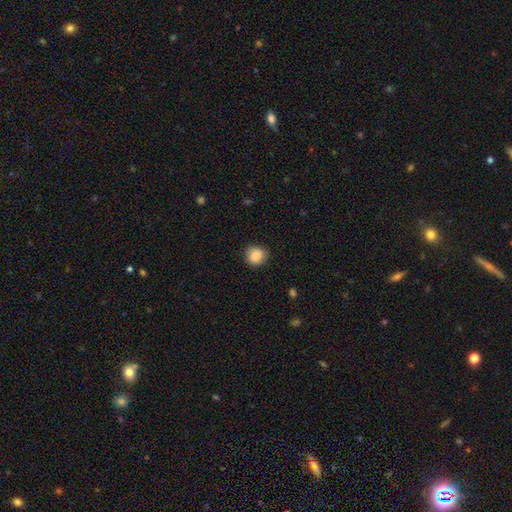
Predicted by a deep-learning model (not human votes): This appears to be a smooth galaxy with no disk features (86%) that is round (82%). Merging: none (85%).